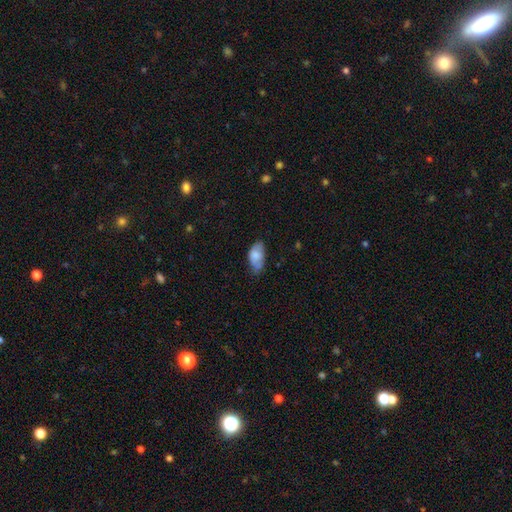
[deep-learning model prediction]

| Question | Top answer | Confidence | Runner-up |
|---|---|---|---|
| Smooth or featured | smooth | 75% | featured or disk (18%) |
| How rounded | in between | 93% | cigar-shaped (4%) |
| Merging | none | 49% | minor disturbance (38%) |